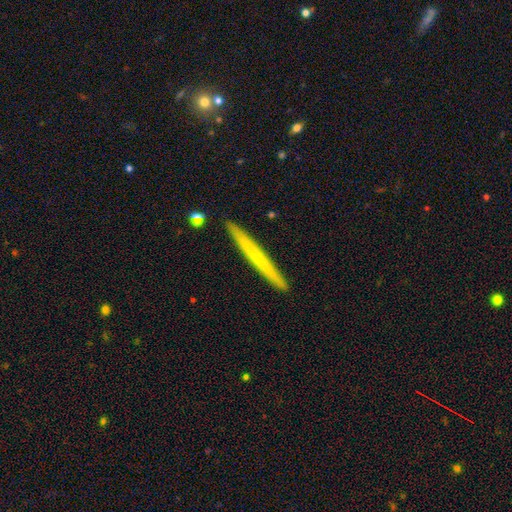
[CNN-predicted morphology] A smooth galaxy with no disk features (54%) that is cigar-shaped (97%). Merging: none (92%).